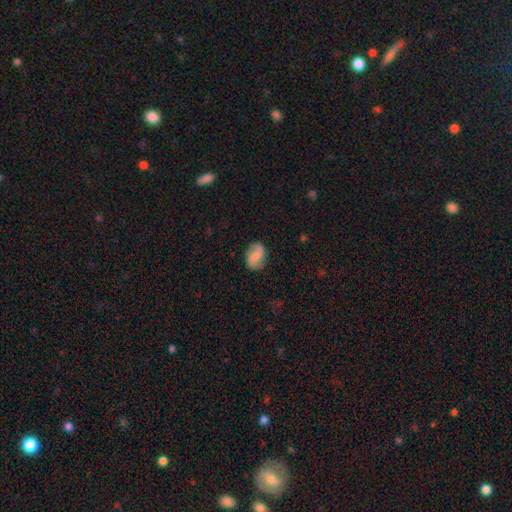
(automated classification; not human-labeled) Smooth or featured?
  - featured or disk: 50% *
  - smooth: 42%
  - star or artifact: 8%
Merging?
  - none: 78% *
  - minor disturbance: 16%
  - major disturbance: 5%
  - merger: 1%